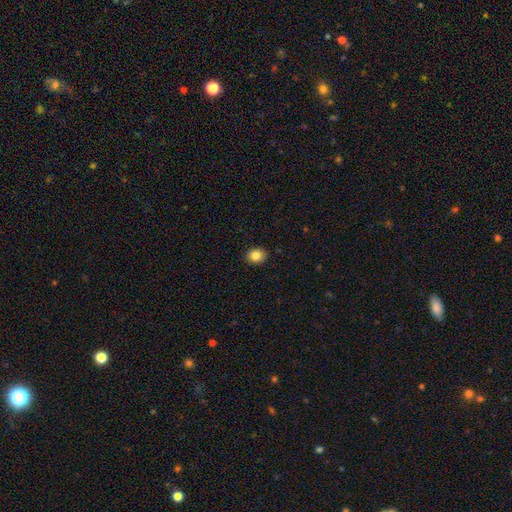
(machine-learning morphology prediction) Smooth or featured: smooth — 85% (star or artifact — 9%)
How rounded: round — 58% (in between — 41%)
Merging: none — 90% (minor disturbance — 7%)